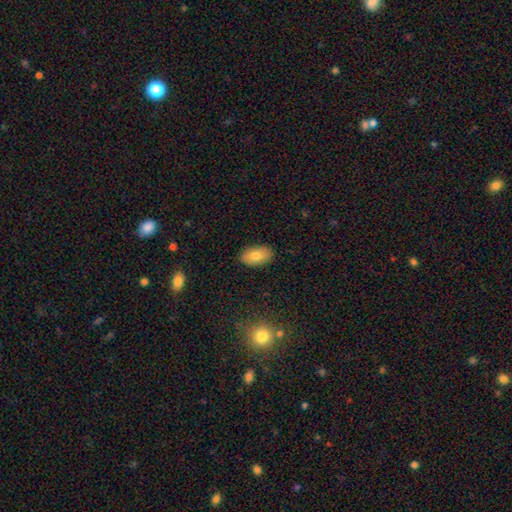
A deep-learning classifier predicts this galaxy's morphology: Smooth or featured? smooth (77%)
How rounded? in between (93%)
Merging? none (88%)